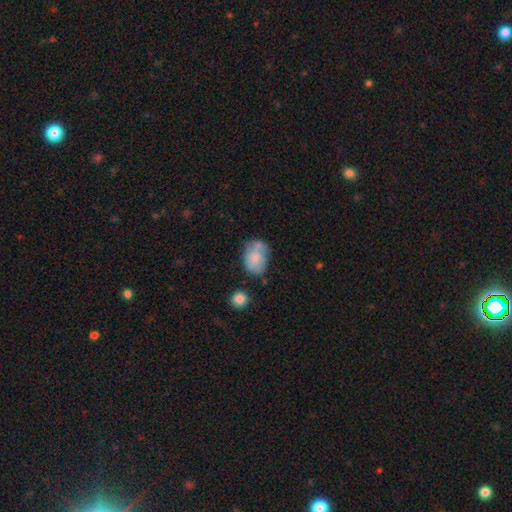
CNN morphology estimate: Smooth or featured: smooth — 72% (featured or disk — 20%)
How rounded: in between — 68% (round — 31%)
Merging: none — 41% (minor disturbance — 26%)